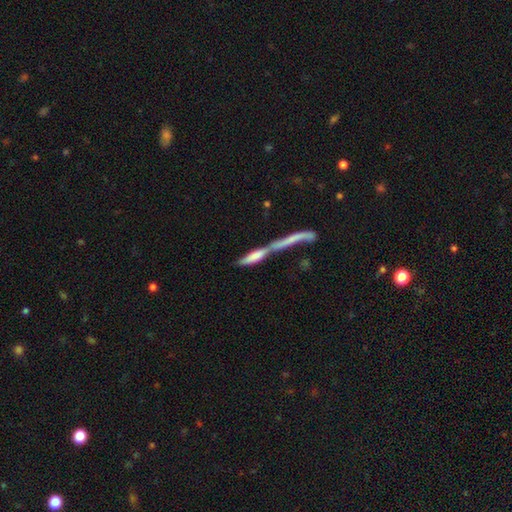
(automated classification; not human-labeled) Smooth or featured? Predicted: smooth (p=0.55). How rounded? Predicted: cigar-shaped (p=0.81). Merging? Predicted: merger (p=0.68).